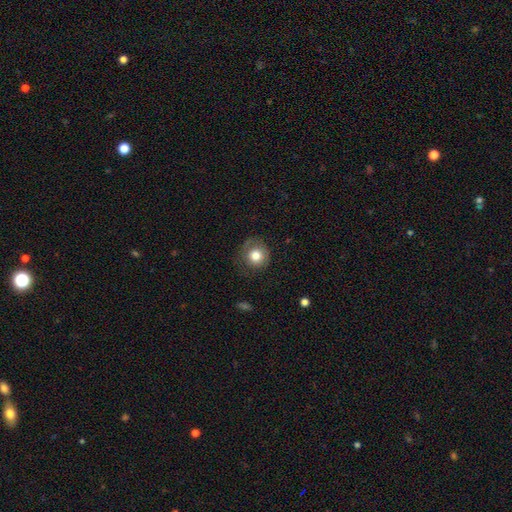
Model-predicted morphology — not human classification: The model was most divided on "merging": none: 70%, minor disturbance: 20%, major disturbance: 9%, merger: 1%. More confident: how rounded — round (88%); smooth or featured — smooth (78%).